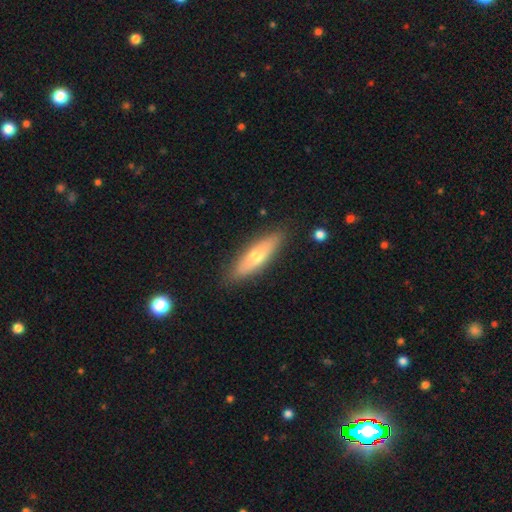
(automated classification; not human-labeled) smooth 57%, featured or disk 37%, star or artifact 6%. Down the decision tree: how rounded — cigar-shaped (58%); merging — none (87%).